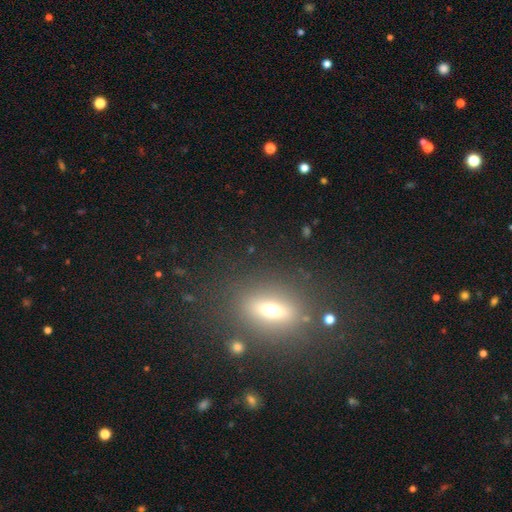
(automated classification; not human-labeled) This appears to be a smooth galaxy with no disk features (48%). Merging: none (84%).